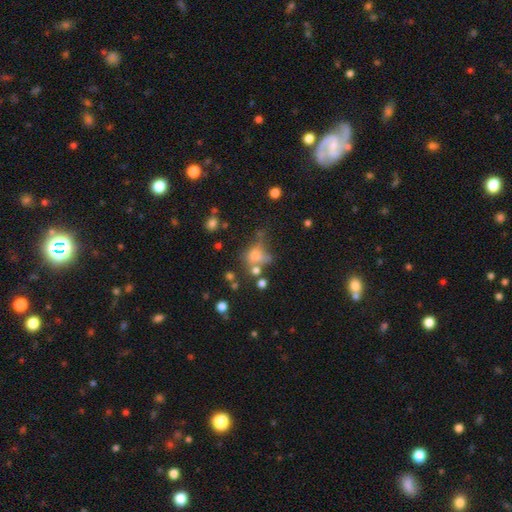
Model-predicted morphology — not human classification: Smooth or featured: smooth — 63% (featured or disk — 19%)
How rounded: in between — 54% (round — 43%)
Merging: none — 29% (major disturbance — 28%)